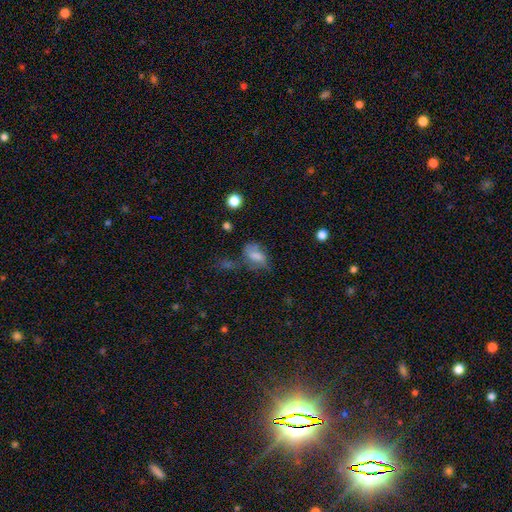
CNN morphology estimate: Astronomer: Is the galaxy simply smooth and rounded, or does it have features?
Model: smooth — 60%.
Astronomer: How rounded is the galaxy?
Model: in between — 83%.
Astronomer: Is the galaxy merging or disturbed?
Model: none — 40% (runner-up: minor disturbance, 26%).